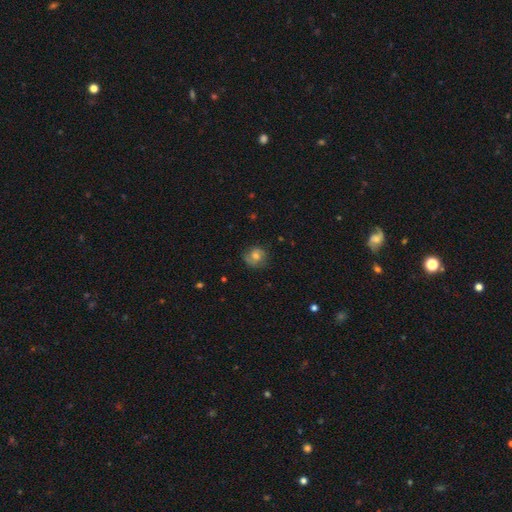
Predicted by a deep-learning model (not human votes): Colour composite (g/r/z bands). It shows a smooth galaxy with no disk features (65%) that is round (79%). Merging: none (69%).